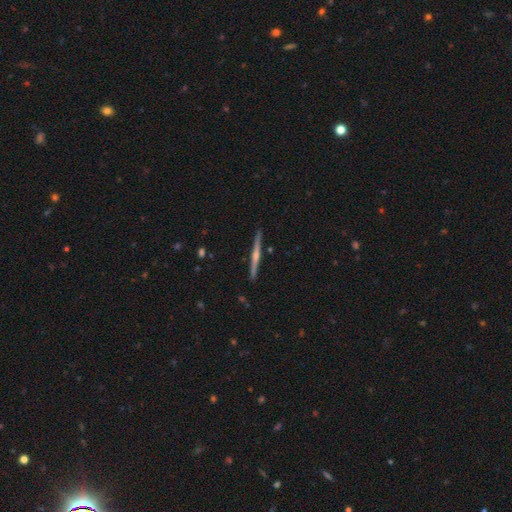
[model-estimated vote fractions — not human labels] Smooth or featured?
  - featured or disk: 79% *
  - smooth: 15%
  - star or artifact: 6%
Edge-on disk?
  - yes: 98% *
  - no: 2%
Edge-on bulge?
  - rounded: 80% *
  - none: 14%
  - boxy: 6%
Merging?
  - none: 91% *
  - minor disturbance: 6%
  - major disturbance: 1%
  - merger: 1%